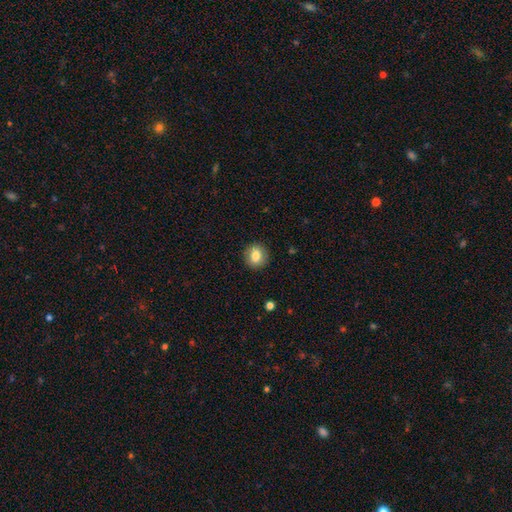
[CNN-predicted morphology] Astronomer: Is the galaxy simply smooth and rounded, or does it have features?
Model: smooth — 81%.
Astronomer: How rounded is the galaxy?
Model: round — 81%.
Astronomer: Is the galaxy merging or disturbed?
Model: none — 90%.